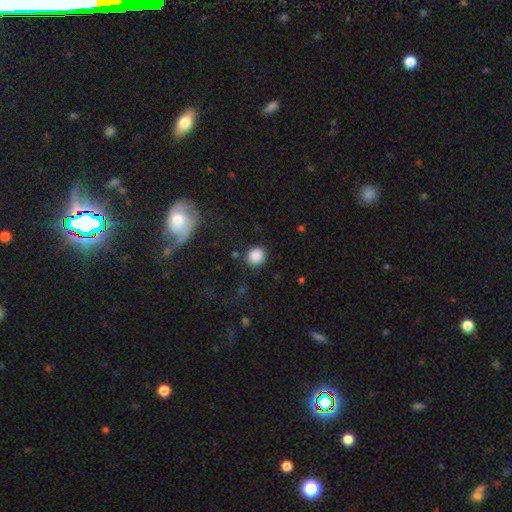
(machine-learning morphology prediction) type=smooth (87%); roundness=round (87%); merging=none (86%).